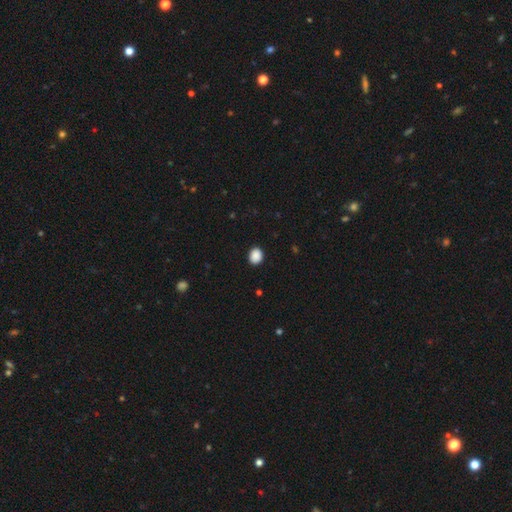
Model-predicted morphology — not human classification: Smooth or featured? smooth (89%)
How rounded? round (55%)
Merging? none (90%)